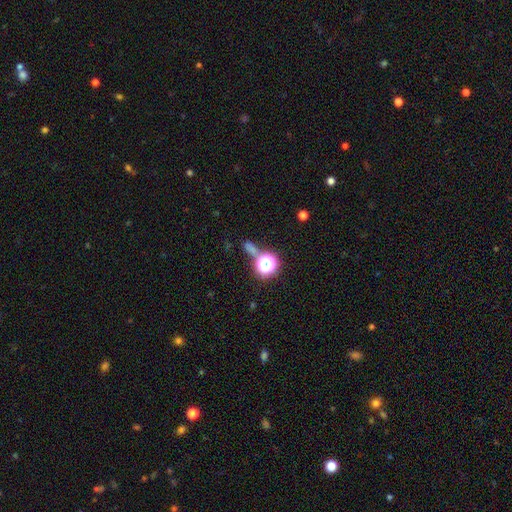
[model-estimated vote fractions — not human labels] Smooth or featured?
  - star or artifact: 63% *
  - smooth: 28%
  - featured or disk: 8%